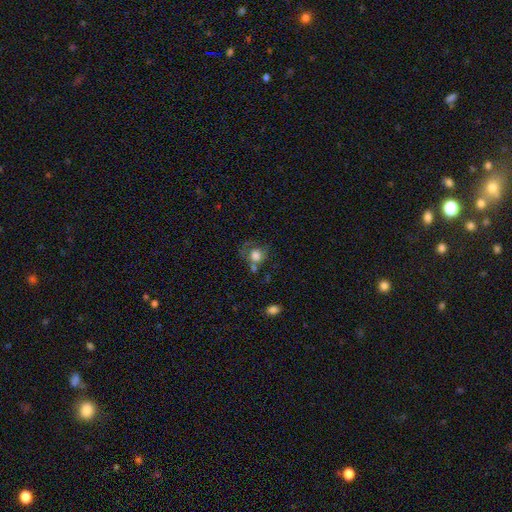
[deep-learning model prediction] Overall: smooth (72%). How rounded: round (74%). Merging: none (37%; major disturbance 23%).